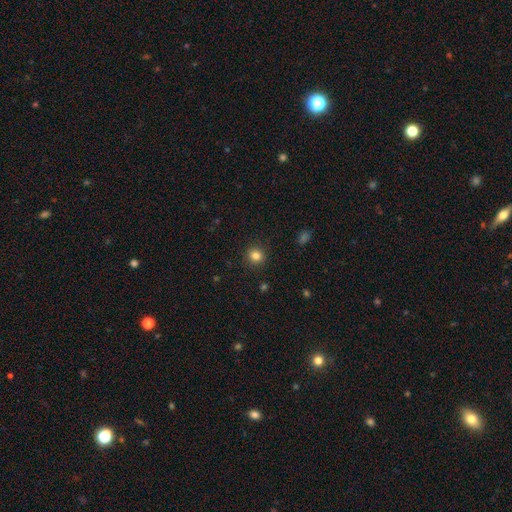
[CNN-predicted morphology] The model was most divided on "smooth or featured": smooth: 83%, star or artifact: 12%, featured or disk: 5%. More confident: merging — none (91%); how rounded — round (90%).